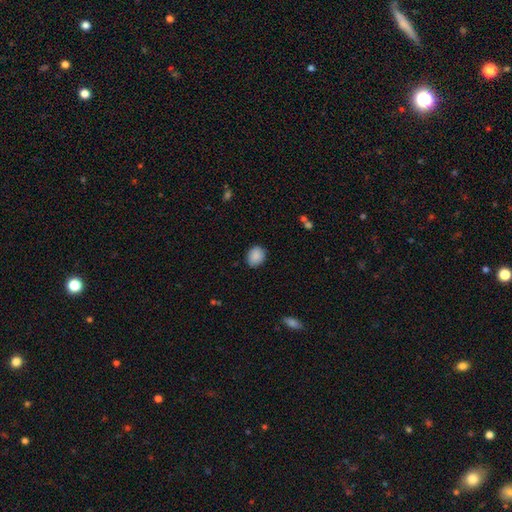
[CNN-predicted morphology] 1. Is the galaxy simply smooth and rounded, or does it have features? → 89% smooth, 7% star or artifact, 4% featured or disk.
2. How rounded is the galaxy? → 58% round, 41% in between, 1% cigar-shaped.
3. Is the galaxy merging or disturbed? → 84% none, 12% minor disturbance, 3% major disturbance, 1% merger.